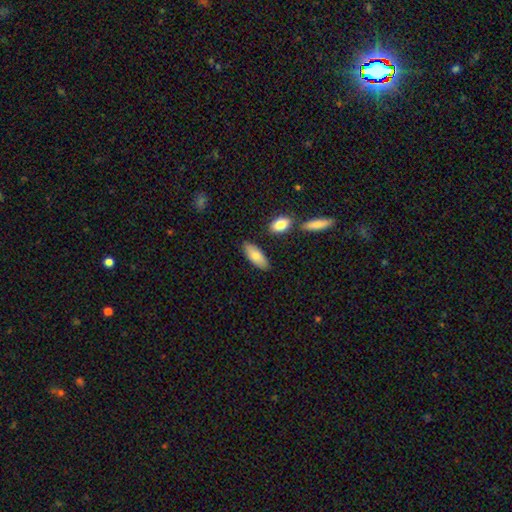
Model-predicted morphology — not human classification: This appears to be a smooth galaxy with no disk features (78%) that is in between round and cigar-shaped (81%). Merging: none (80%).